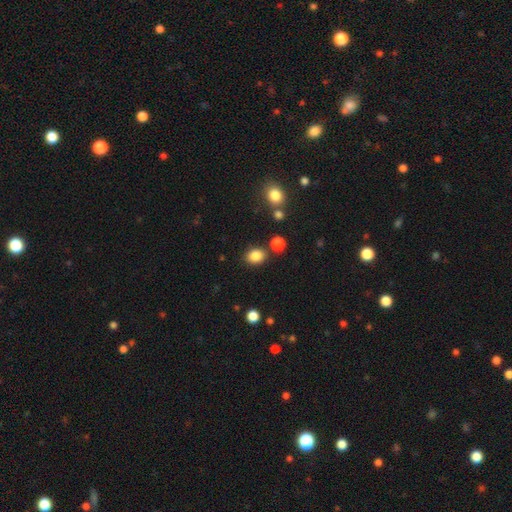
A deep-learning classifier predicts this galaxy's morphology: Overall: smooth (85%). How rounded: in between (56%; round 43%). Merging: none (79%).